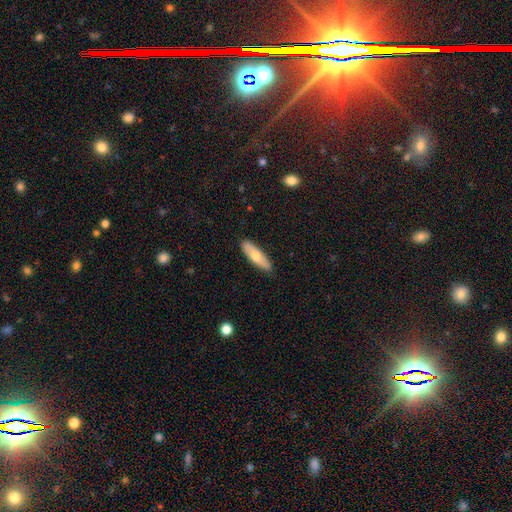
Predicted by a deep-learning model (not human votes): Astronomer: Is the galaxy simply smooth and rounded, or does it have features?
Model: smooth — 65%.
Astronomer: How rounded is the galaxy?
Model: cigar-shaped — 53% (runner-up: in between, 45%).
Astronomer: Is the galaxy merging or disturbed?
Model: none — 87%.